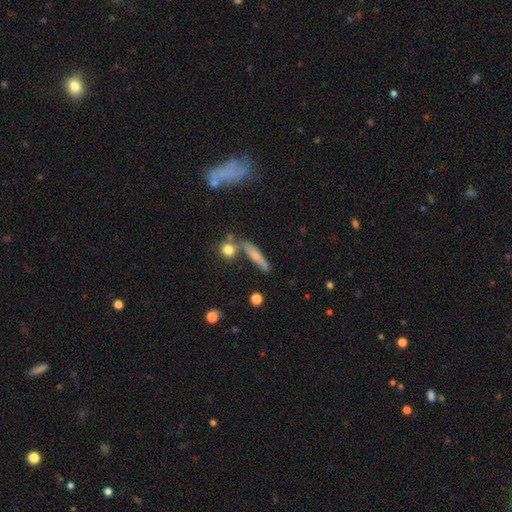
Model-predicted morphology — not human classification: Smooth or featured? smooth (55%)
How rounded? cigar-shaped (80%)
Merging? none (61%)